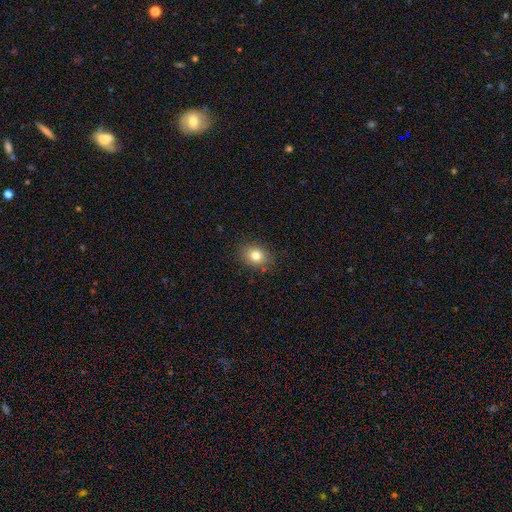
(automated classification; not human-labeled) This is likely a smooth galaxy (80%). How rounded: possibly round (50%). Merging: clearly none (86%).